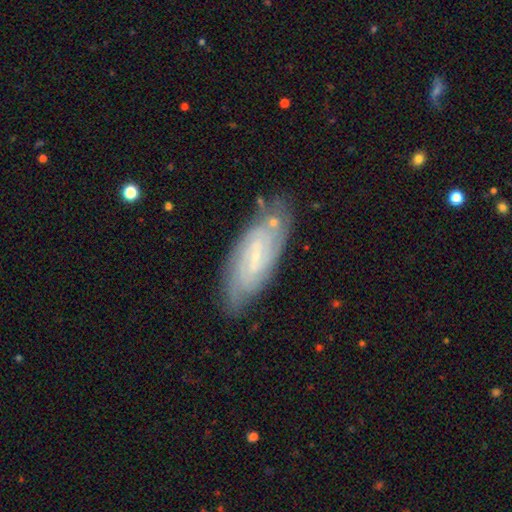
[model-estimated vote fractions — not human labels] Q: Smooth or featured?
A: featured or disk (76%); runner-up: smooth (17%)
Q: Edge-on disk?
A: no (88%); runner-up: yes (12%)
Q: Bar?
A: weak (50%); runner-up: no (34%)
Q: Spiral arms?
A: yes (92%); runner-up: no (8%)
Q: Spiral winding?
A: tight (59%); runner-up: medium (32%)
Q: Spiral arm count?
A: can't tell (42%); runner-up: 2 (30%)
Q: Bulge size?
A: small (77%); runner-up: moderate (12%)
Q: Merging?
A: none (75%); runner-up: minor disturbance (17%)